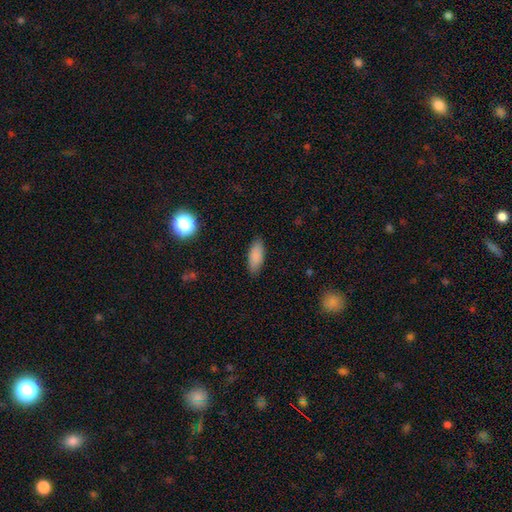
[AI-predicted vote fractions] Smooth or featured? smooth (88%)
How rounded? in between (81%)
Merging? none (87%)